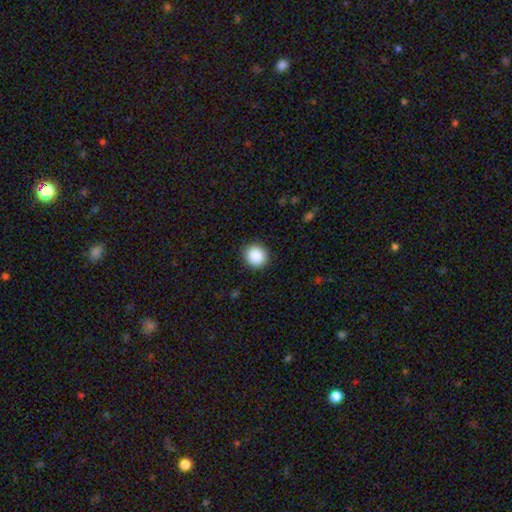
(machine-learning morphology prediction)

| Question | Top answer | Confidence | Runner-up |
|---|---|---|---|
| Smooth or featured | smooth | 89% | star or artifact (9%) |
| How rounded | round | 89% | in between (10%) |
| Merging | none | 91% | minor disturbance (6%) |